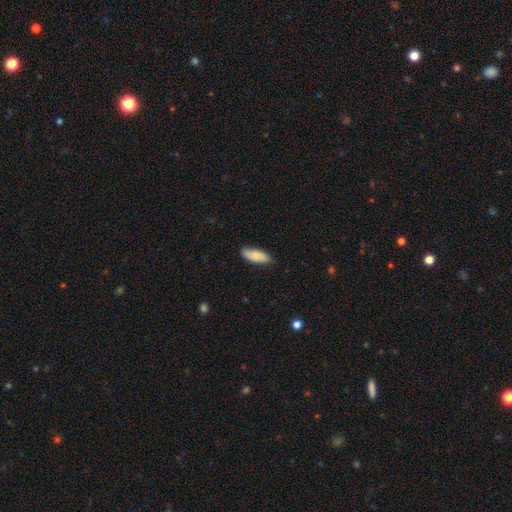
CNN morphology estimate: Q: Smooth or featured?
A: smooth (87%); runner-up: featured or disk (7%)
Q: How rounded?
A: in between (73%); runner-up: cigar-shaped (26%)
Q: Merging?
A: none (84%); runner-up: minor disturbance (13%)